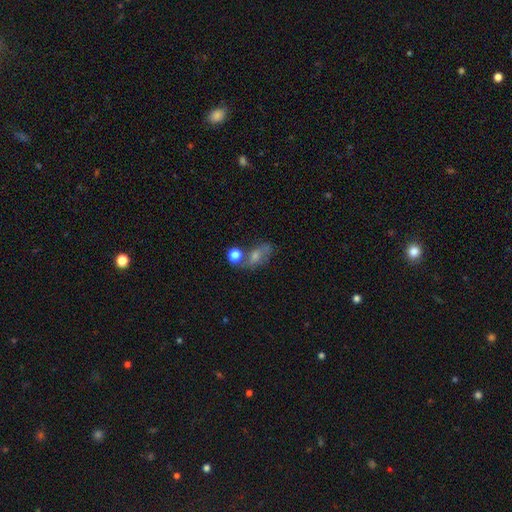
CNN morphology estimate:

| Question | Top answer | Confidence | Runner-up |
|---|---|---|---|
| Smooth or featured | smooth | 57% | featured or disk (26%) |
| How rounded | in between | 72% | round (22%) |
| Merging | none | 40% | merger (22%) |